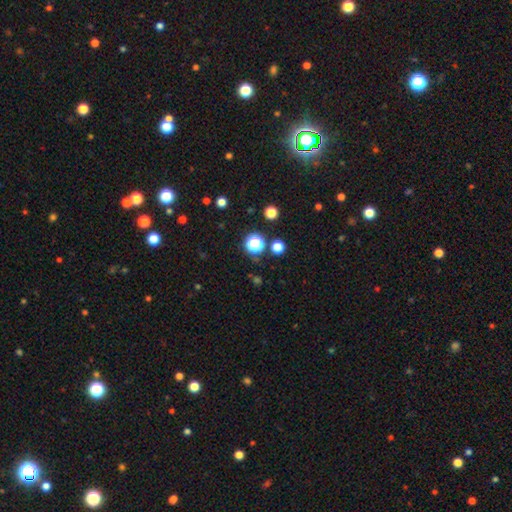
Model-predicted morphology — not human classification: A star or artifact, not a galaxy (63%).